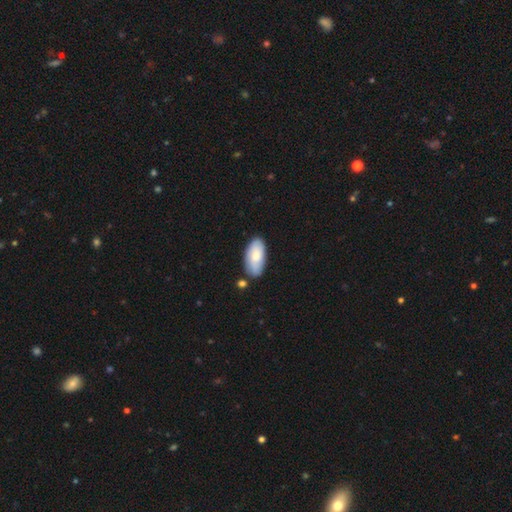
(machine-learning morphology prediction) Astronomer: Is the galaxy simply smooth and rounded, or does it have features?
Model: smooth — 75%.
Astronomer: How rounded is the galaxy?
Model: in between — 93%.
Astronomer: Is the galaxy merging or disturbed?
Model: none — 75%.